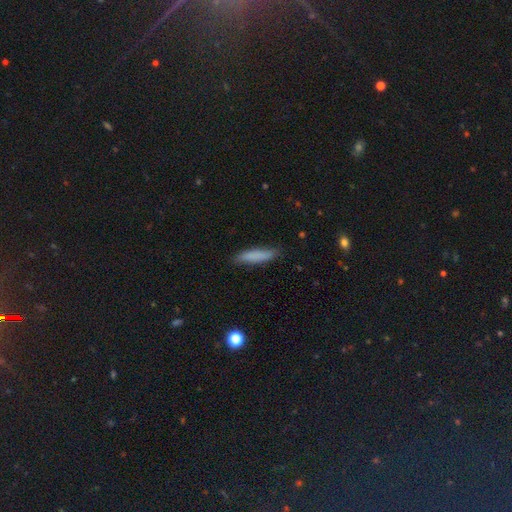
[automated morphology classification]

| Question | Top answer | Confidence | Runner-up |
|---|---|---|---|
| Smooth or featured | smooth | 81% | featured or disk (12%) |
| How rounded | cigar-shaped | 83% | in between (15%) |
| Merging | none | 83% | minor disturbance (13%) |